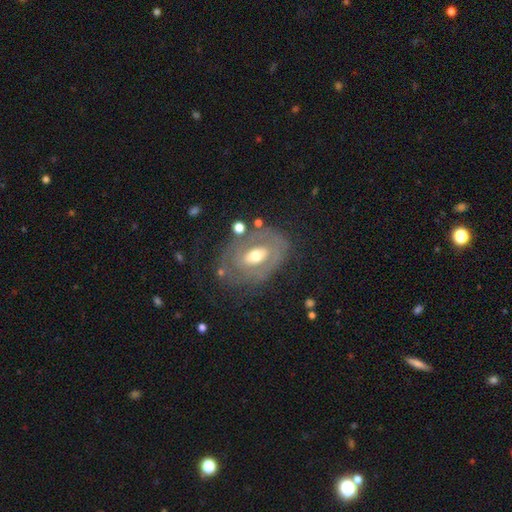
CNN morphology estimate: Overall: featured or disk (69%). Edge-on disk: no (94%). Bar: no (62%; weak 27%). Spiral arms: no (58%; yes 42%). Bulge size: moderate (68%). Merging: none (65%).